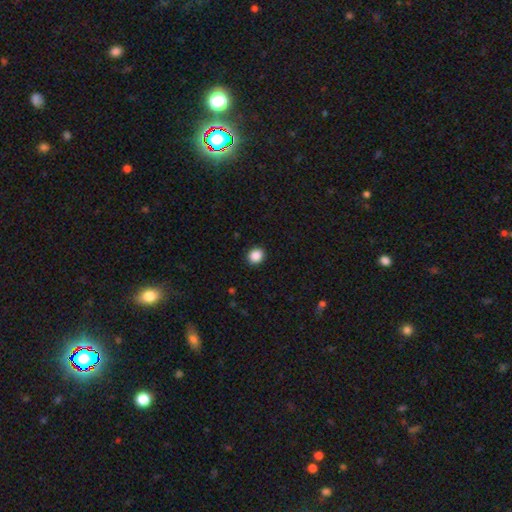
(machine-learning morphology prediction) smooth_or_featured: smooth (p=0.89) [alt: star or artifact p=0.09]
how_rounded: round (p=0.74) [alt: in between p=0.25]
merging: none (p=0.92) [alt: minor disturbance p=0.06]